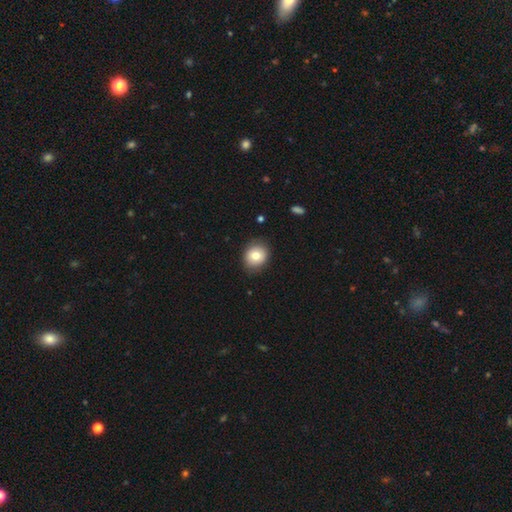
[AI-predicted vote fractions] Overall: smooth (78%). How rounded: round (69%; in between 30%). Merging: none (84%).